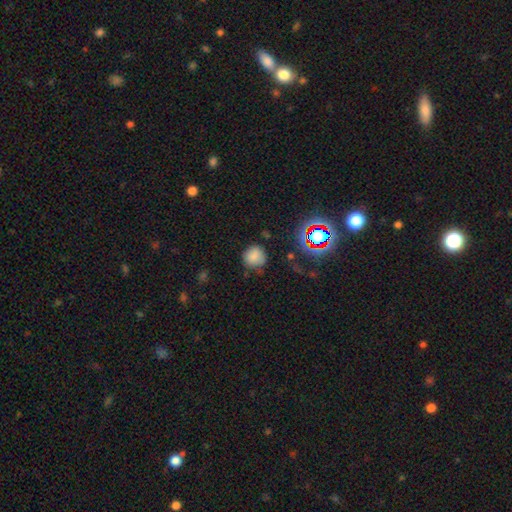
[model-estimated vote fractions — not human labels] smooth_or_featured: smooth (p=0.78) [alt: star or artifact p=0.14]
how_rounded: round (p=0.88) [alt: in between p=0.11]
merging: none (p=0.74) [alt: minor disturbance p=0.19]